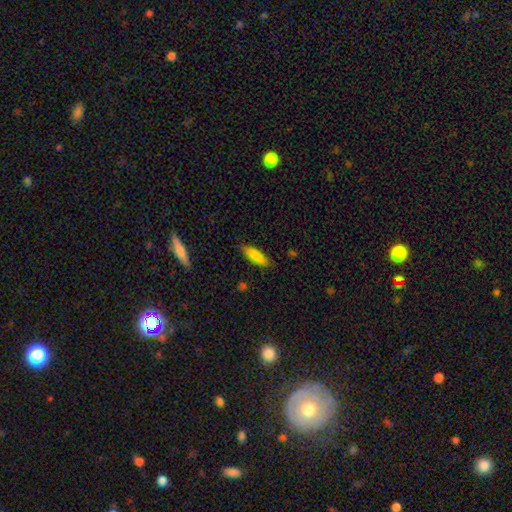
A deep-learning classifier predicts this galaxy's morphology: Smooth or featured: smooth — 86% (featured or disk — 8%)
How rounded: in between — 49% (tied with cigar-shaped — 49%)
Merging: none — 82% (minor disturbance — 14%)